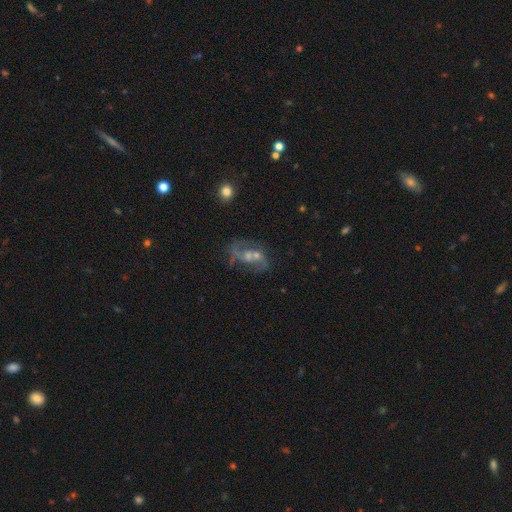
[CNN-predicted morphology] Q: Smooth or featured?
A: featured or disk (69%); runner-up: smooth (16%)
Q: Edge-on disk?
A: no (96%); runner-up: yes (4%)
Q: Bar?
A: no (59%); runner-up: weak (32%)
Q: Spiral arms?
A: yes (73%); runner-up: no (27%)
Q: Bulge size?
A: small (43%); runner-up: moderate (40%)
Q: Merging?
A: none (41%); runner-up: merger (24%)